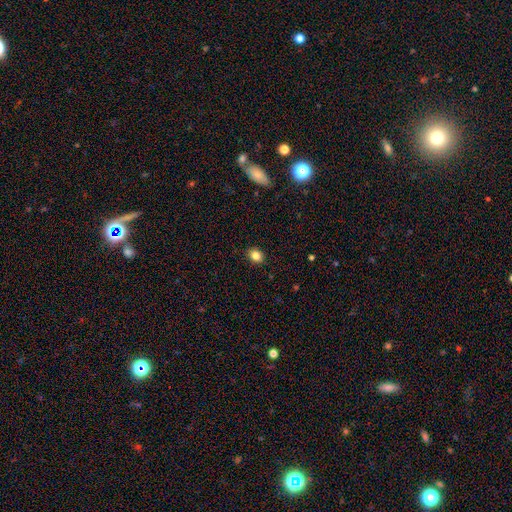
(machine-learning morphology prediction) type=smooth (84%); roundness=round (52%); merging=none (89%).